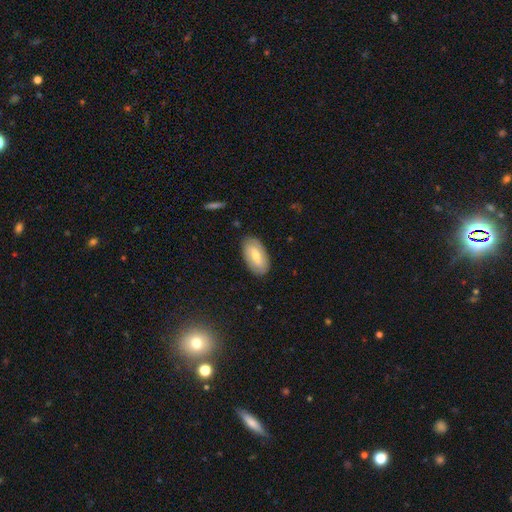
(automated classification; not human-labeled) smooth-or-featured: smooth: 54% | featured or disk: 40% | star or artifact: 6%
  how-rounded: in between: 93% | cigar-shaped: 4% | round: 3%
  merging: none: 84% | minor disturbance: 12% | major disturbance: 3% | merger: 1%